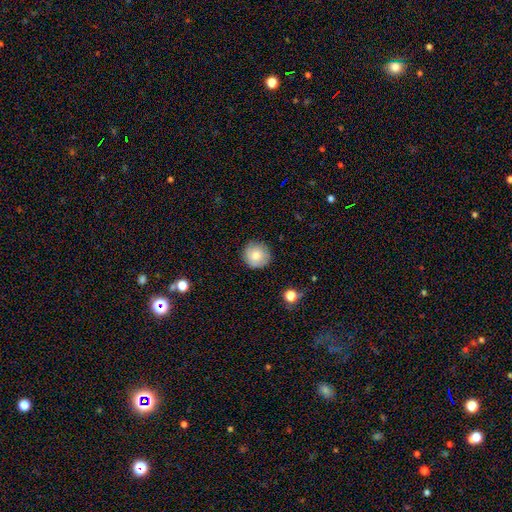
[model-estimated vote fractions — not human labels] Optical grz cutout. It shows a smooth galaxy with no disk features (77%) that is round (95%). Merging: none (86%).